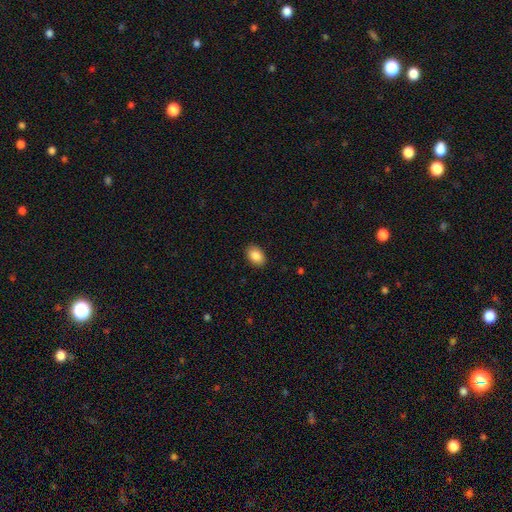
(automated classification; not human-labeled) Overall: smooth (87%). How rounded: in between (82%). Merging: none (90%).